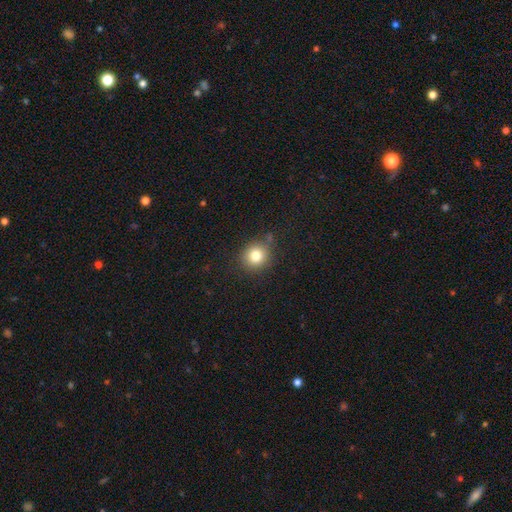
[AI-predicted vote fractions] This appears to be a smooth galaxy with no disk features (80%) that is round (86%). Merging: none (81%).